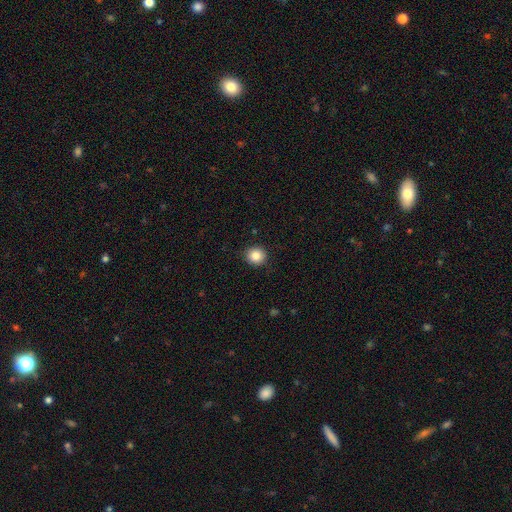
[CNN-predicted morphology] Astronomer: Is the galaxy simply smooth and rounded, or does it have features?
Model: smooth — 85%.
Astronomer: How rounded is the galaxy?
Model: round — 88%.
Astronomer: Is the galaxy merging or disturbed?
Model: none — 91%.